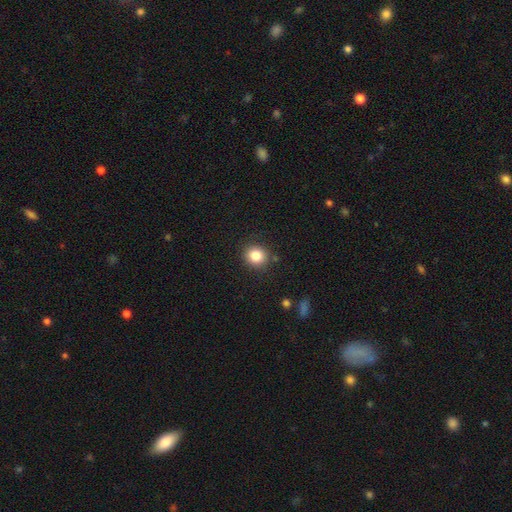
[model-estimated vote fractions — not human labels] smooth_or_featured: smooth (p=0.84) [alt: star or artifact p=0.10]
how_rounded: round (p=0.84) [alt: in between p=0.15]
merging: none (p=0.87) [alt: minor disturbance p=0.08]